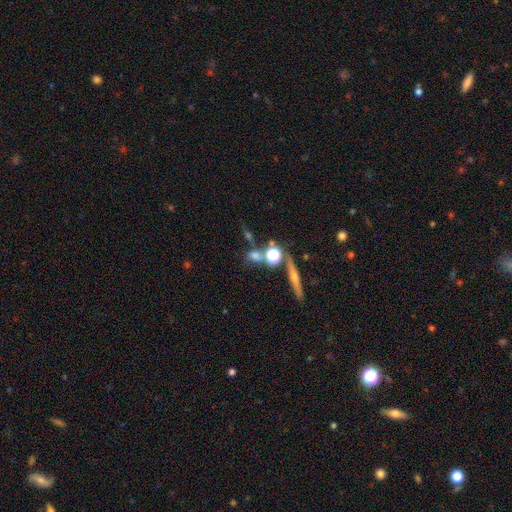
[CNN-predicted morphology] Smooth or featured?
  - smooth: 59% *
  - star or artifact: 22%
  - featured or disk: 19%
How rounded?
  - round: 57% *
  - in between: 32%
  - cigar-shaped: 10%
Merging?
  - none: 61% *
  - merger: 22%
  - minor disturbance: 12%
  - major disturbance: 6%